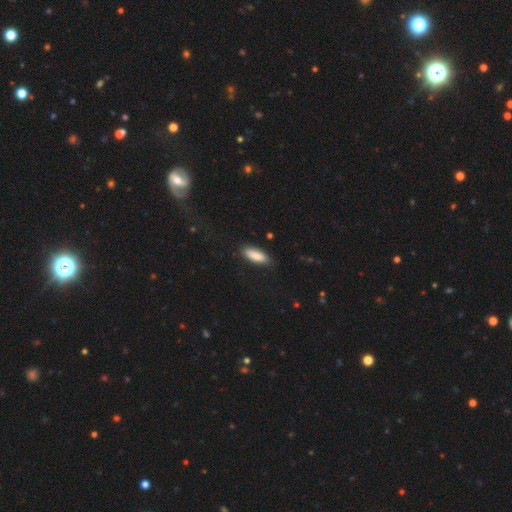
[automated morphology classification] Smooth or featured? smooth (87%)
How rounded? in between (65%)
Merging? none (83%)